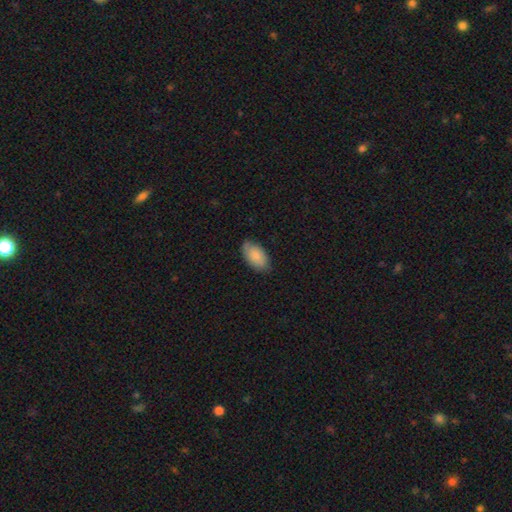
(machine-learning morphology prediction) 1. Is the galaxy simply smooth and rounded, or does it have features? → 84% smooth, 10% featured or disk, 6% star or artifact.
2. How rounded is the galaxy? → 95% in between, 3% round, 2% cigar-shaped.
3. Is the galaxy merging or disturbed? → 78% none, 18% minor disturbance, 3% major disturbance, 1% merger.